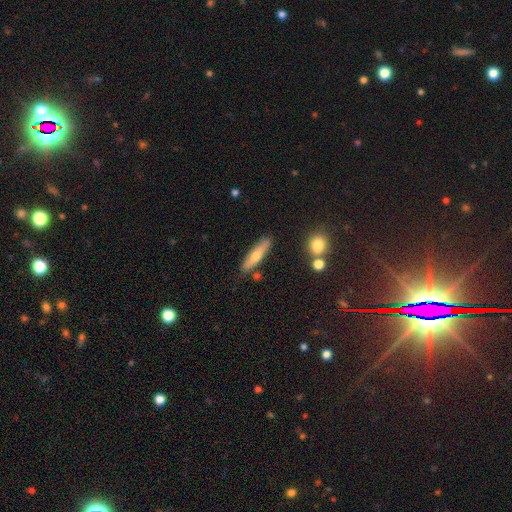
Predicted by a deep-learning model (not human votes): Smooth or featured: smooth — 56% (featured or disk — 37%)
How rounded: cigar-shaped — 81% (in between — 16%)
Merging: none — 81% (minor disturbance — 12%)